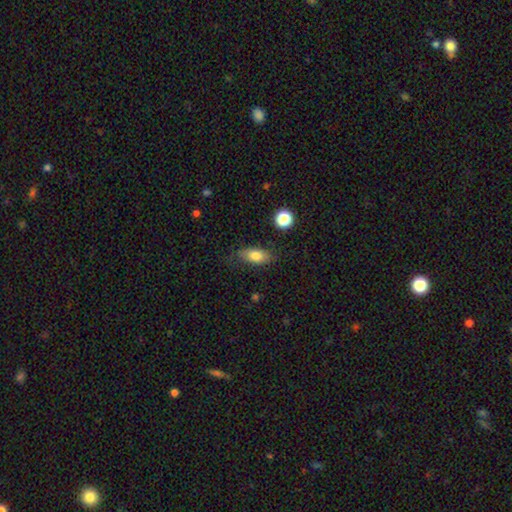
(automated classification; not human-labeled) Overall: smooth (78%). How rounded: in between (85%). Merging: none (74%).